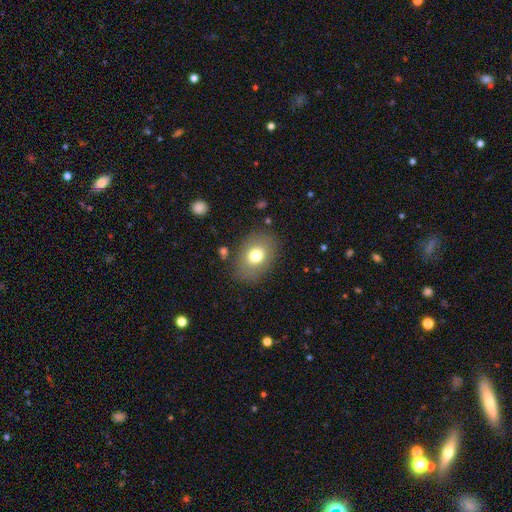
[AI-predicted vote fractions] Morphology: type=smooth (75%); roundness=in between (65%); merging=none (80%).